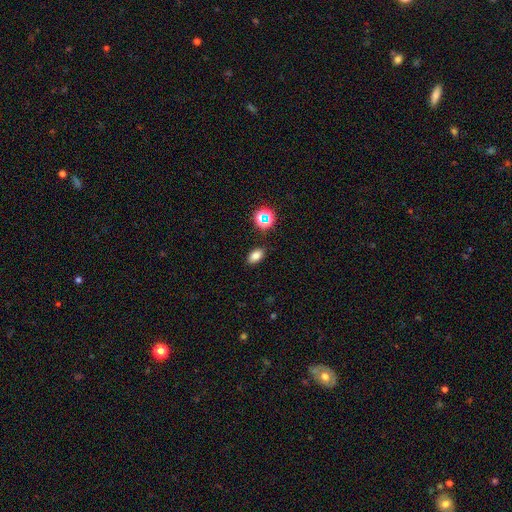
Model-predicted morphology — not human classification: smooth_or_featured: smooth (p=0.78) [alt: star or artifact p=0.15]
how_rounded: in between (p=0.87) [alt: round p=0.11]
merging: none (p=0.87) [alt: minor disturbance p=0.09]